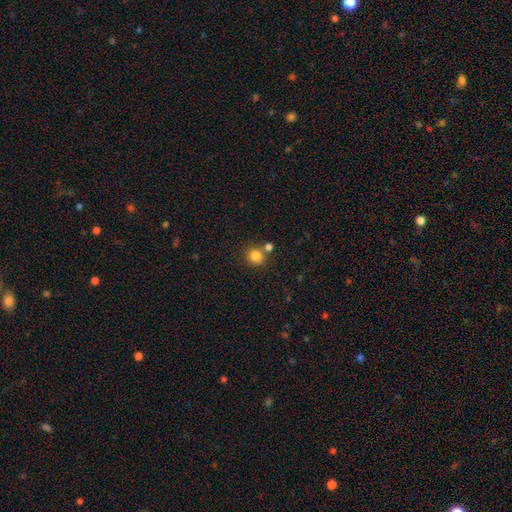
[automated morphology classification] smooth 82%, star or artifact 12%, featured or disk 6%. Down the decision tree: how rounded — round (85%); merging — none (69%).